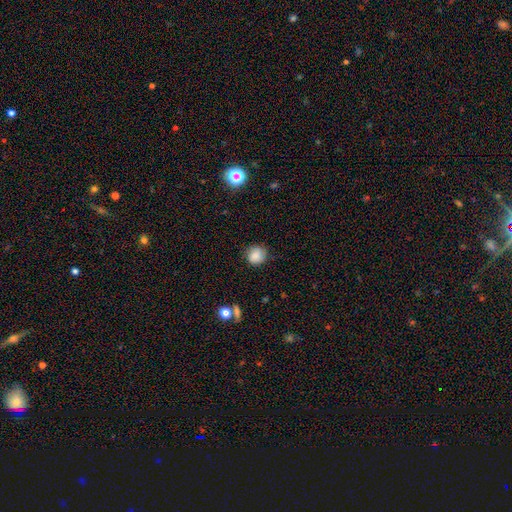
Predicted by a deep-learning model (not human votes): The model was most divided on "merging": none: 76%, minor disturbance: 18%, major disturbance: 4%, merger: 1%. More confident: how rounded — round (83%); smooth or featured — smooth (80%).